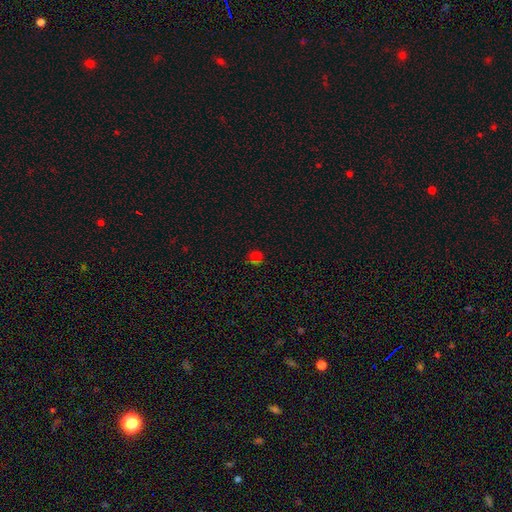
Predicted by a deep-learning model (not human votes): Smooth or featured? Predicted: smooth (p=0.53). How rounded? Predicted: round (p=0.85). Merging? Predicted: none (p=0.72).